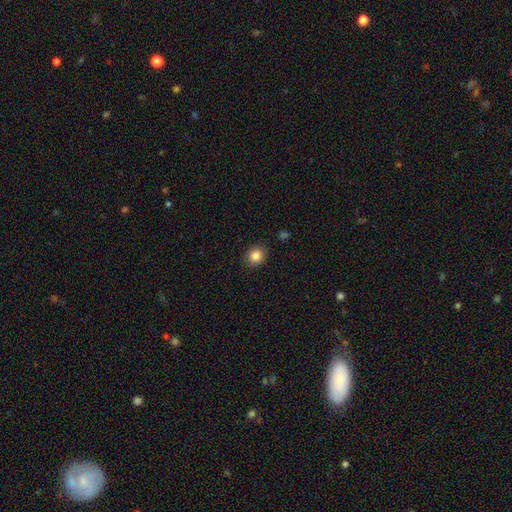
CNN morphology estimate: Smooth or featured: smooth — 84% (star or artifact — 11%)
How rounded: round — 78% (in between — 21%)
Merging: none — 89% (minor disturbance — 7%)